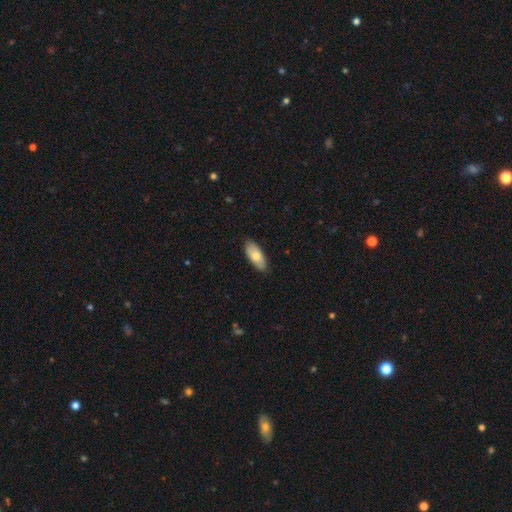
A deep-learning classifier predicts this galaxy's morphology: The model was most divided on "smooth or featured": smooth: 70%, featured or disk: 24%, star or artifact: 6%. More confident: merging — none (86%); how rounded — in between (84%).